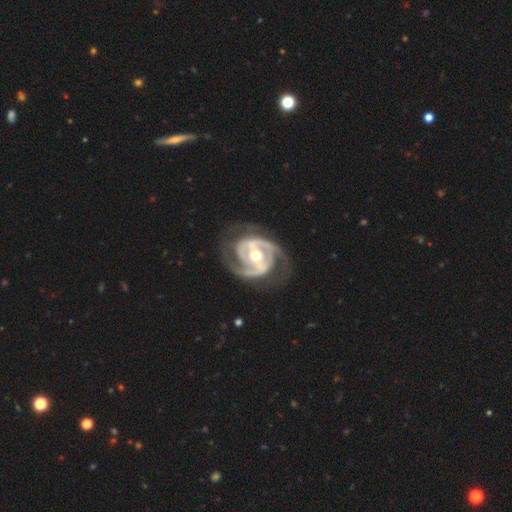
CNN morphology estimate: Smooth or featured? Predicted: featured or disk (p=0.92). Edge-on disk? Predicted: no (p=0.98). Bar? Predicted: strong (p=0.39). Spiral arms? Predicted: yes (p=0.96). Spiral winding? Predicted: tight (p=0.48). Spiral arm count? Predicted: 2 (p=0.76). Bulge size? Predicted: moderate (p=0.75). Merging? Predicted: none (p=0.70).